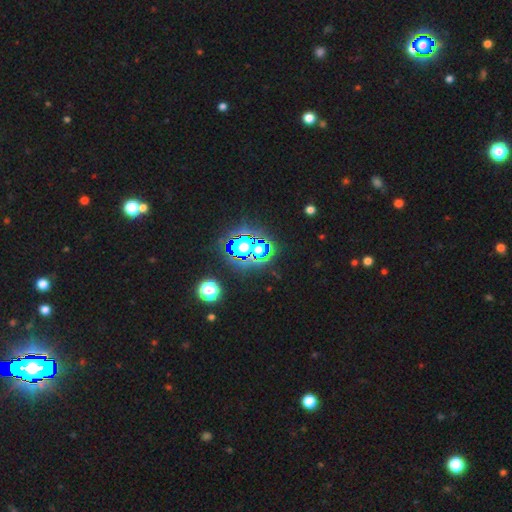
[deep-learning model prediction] Smooth or featured? Predicted: star or artifact (p=0.80).